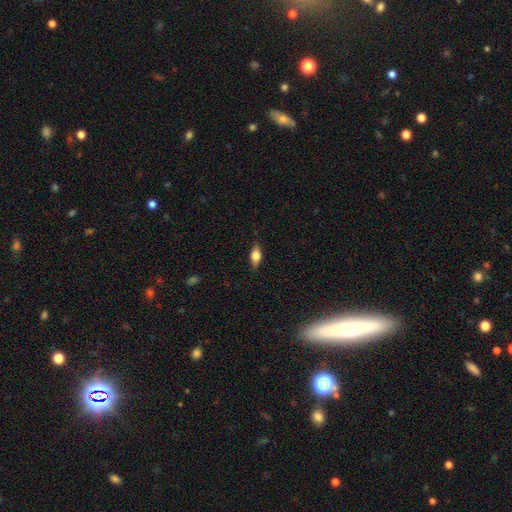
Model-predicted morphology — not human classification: smooth-or-featured: smooth: 63% | featured or disk: 29% | star or artifact: 8%
  how-rounded: in between: 79% | cigar-shaped: 14% | round: 6%
  merging: none: 83% | minor disturbance: 14% | major disturbance: 3% | merger: 1%